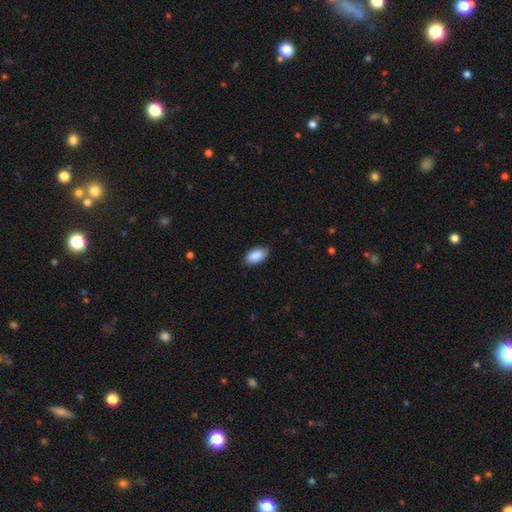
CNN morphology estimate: Overall: smooth (90%). How rounded: in between (94%). Merging: none (86%).